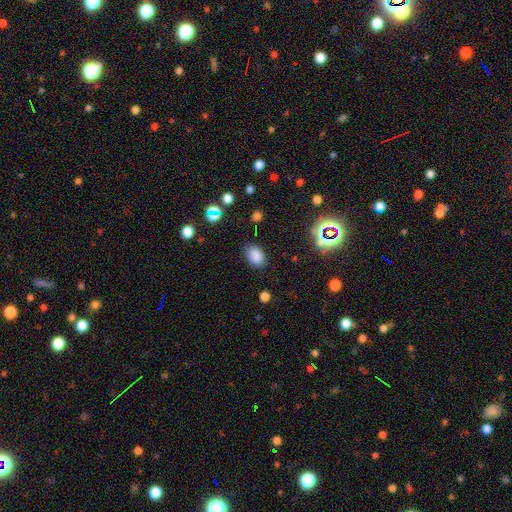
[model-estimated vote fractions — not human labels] This is clearly a smooth galaxy (82%). How rounded: clearly in between (83%). Merging: clearly none (85%).